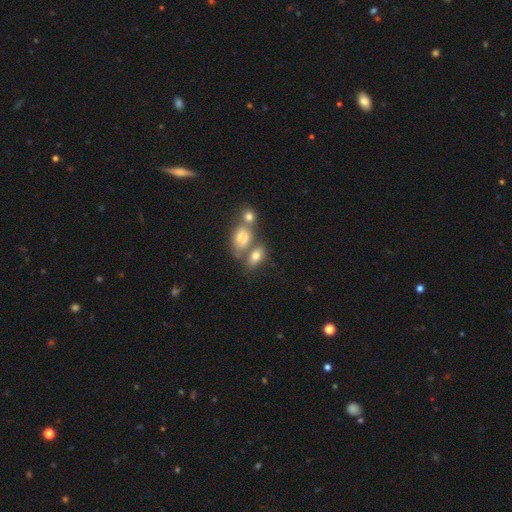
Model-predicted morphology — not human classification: Overall: smooth (75%). How rounded: in between (82%). Merging: merger (41%, tied with none).